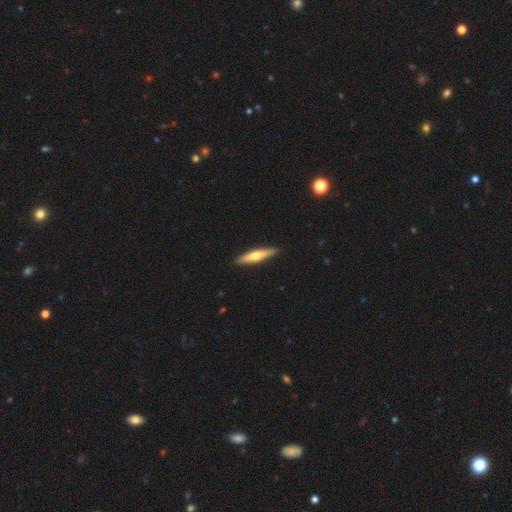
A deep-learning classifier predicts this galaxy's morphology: smooth-or-featured: featured or disk: 50% | smooth: 45% | star or artifact: 5%
  merging: none: 91% | minor disturbance: 7% | major disturbance: 1% | merger: 1%